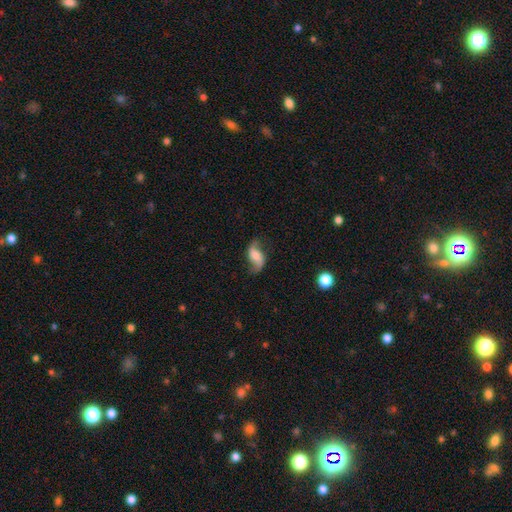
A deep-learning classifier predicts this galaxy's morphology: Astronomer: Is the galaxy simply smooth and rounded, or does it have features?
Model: featured or disk — 74%.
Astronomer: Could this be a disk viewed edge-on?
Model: no — 96%.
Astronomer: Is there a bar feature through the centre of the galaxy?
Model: no — 47% (runner-up: weak, 38%).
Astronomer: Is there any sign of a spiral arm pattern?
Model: yes — 94%.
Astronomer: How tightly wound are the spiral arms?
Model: loose — 82%.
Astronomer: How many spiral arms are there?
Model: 2 — 92%.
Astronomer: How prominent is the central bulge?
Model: moderate — 35% (runner-up: small, 32%).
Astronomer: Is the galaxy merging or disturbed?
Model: none — 72%.